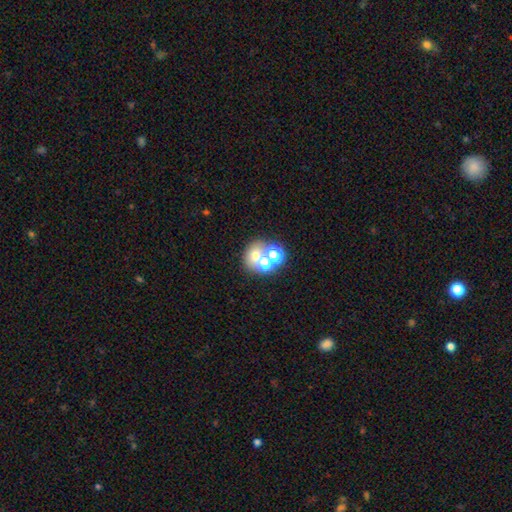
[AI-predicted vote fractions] Morphology: type=smooth (51%); roundness=round (65%); merging=merger (45%).